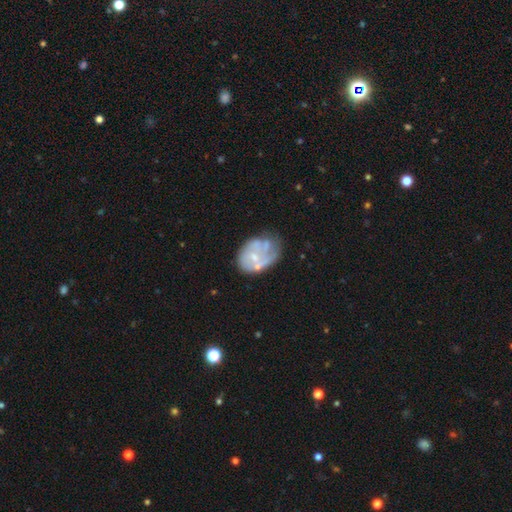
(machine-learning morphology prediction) Smooth or featured? featured or disk (64%)
Edge-on disk? no (98%)
Bar? no (78%)
Spiral arms? no (59%)
Bulge size? small (48%)
Merging? none (36%)